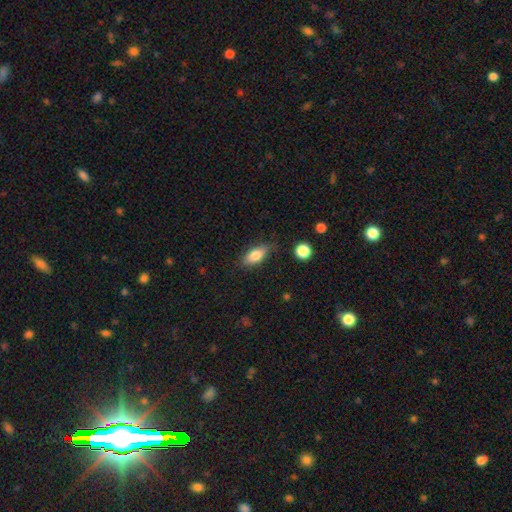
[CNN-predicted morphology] Smooth or featured? smooth (78%)
How rounded? in between (81%)
Merging? none (80%)